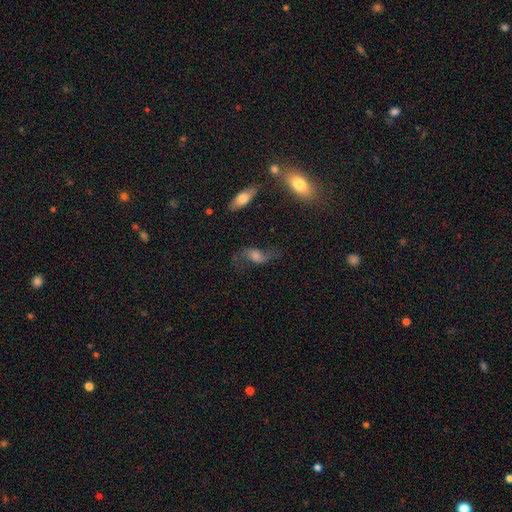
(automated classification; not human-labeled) Smooth or featured?
  - featured or disk: 70% *
  - smooth: 19%
  - star or artifact: 11%
Edge-on disk?
  - no: 92% *
  - yes: 8%
Bar?
  - no: 48% *
  - weak: 38%
  - strong: 13%
Spiral arms?
  - yes: 91% *
  - no: 9%
Spiral winding?
  - loose: 82% *
  - medium: 14%
  - tight: 3%
Spiral arm count?
  - 2: 92% *
  - 1: 3%
  - can't tell: 3%
  - 3: 1%
  - 4: 1%
  - more than 4: 1%
Bulge size?
  - moderate: 38% *
  - small: 23%
  - large: 21%
  - none: 14%
  - dominant: 4%
Merging?
  - none: 66% *
  - minor disturbance: 17%
  - major disturbance: 14%
  - merger: 3%